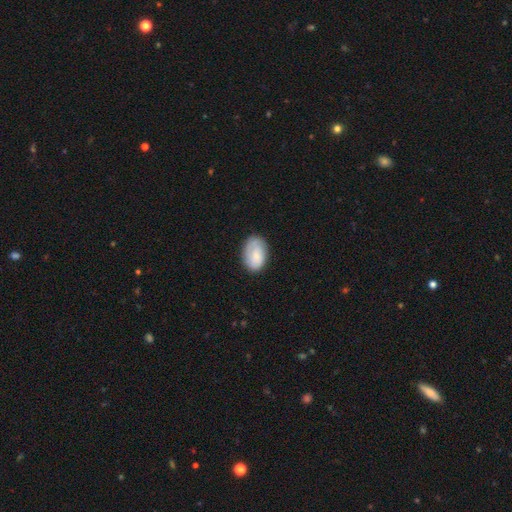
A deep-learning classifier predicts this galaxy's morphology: smooth-or-featured: smooth: 73% | featured or disk: 20% | star or artifact: 6%
  how-rounded: in between: 88% | round: 11% | cigar-shaped: 1%
  merging: none: 71% | minor disturbance: 21% | major disturbance: 6% | merger: 1%